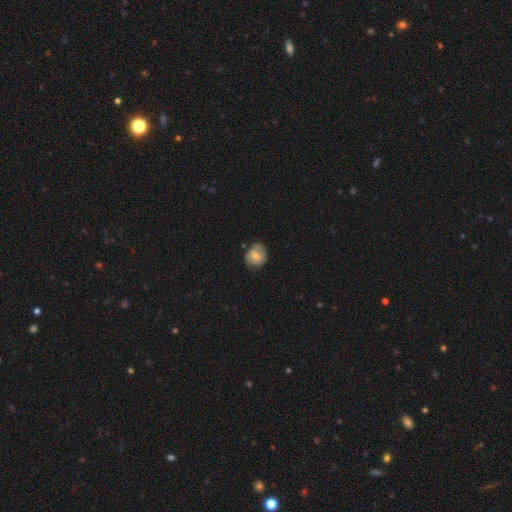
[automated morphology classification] Overall: smooth (59%; featured or disk 34%). How rounded: round (59%; in between 40%). Merging: none (62%; minor disturbance 29%).